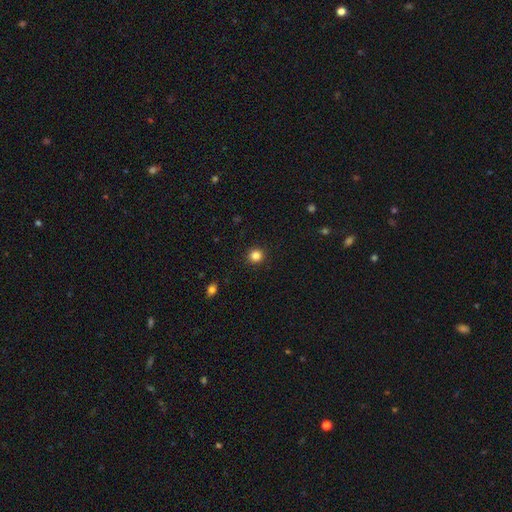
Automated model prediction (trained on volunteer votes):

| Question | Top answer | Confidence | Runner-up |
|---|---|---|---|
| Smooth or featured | smooth | 83% | star or artifact (12%) |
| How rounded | round | 94% | in between (5%) |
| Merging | none | 92% | minor disturbance (5%) |